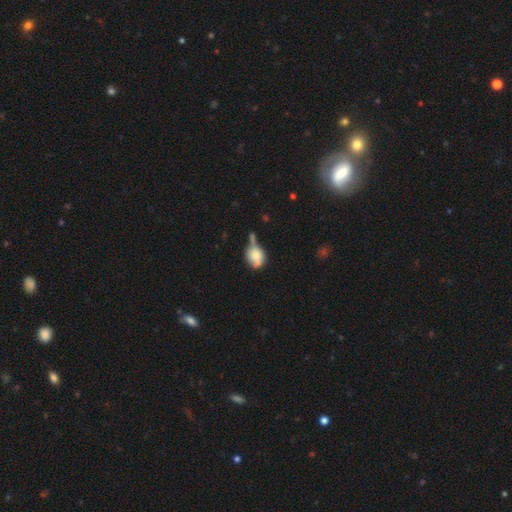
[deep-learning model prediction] smooth 64%, featured or disk 26%, star or artifact 10%. Down the decision tree: how rounded — round (58%); merging — none (35%).